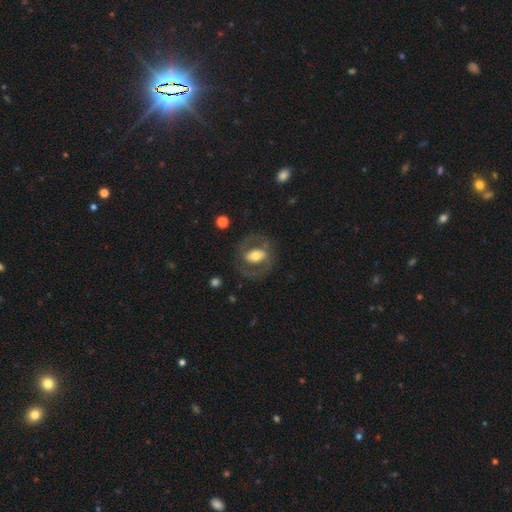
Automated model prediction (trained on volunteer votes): Q: Smooth or featured?
A: featured or disk (63%); runner-up: smooth (31%)
Q: Edge-on disk?
A: no (94%); runner-up: yes (6%)
Q: Bar?
A: no (39%); runner-up: strong (31%)
Q: Spiral arms?
A: no (53%); runner-up: yes (47%)
Q: Bulge size?
A: moderate (59%); runner-up: large (24%)
Q: Merging?
A: none (70%); runner-up: minor disturbance (14%)